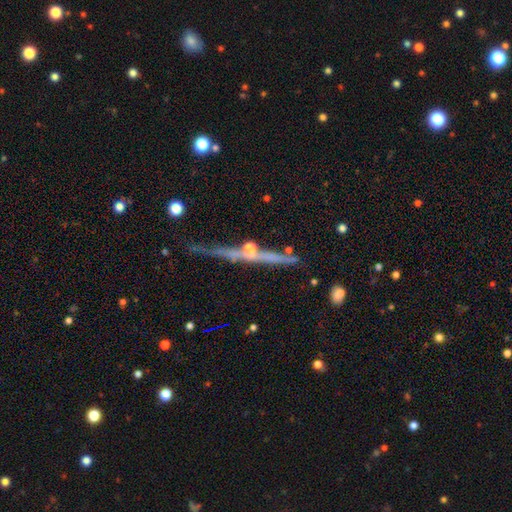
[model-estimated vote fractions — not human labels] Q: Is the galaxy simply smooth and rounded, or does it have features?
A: featured or disk — 77%.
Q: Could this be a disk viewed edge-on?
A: yes — 96%.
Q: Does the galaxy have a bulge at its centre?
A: rounded — 77%.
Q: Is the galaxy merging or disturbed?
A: none — 76%.